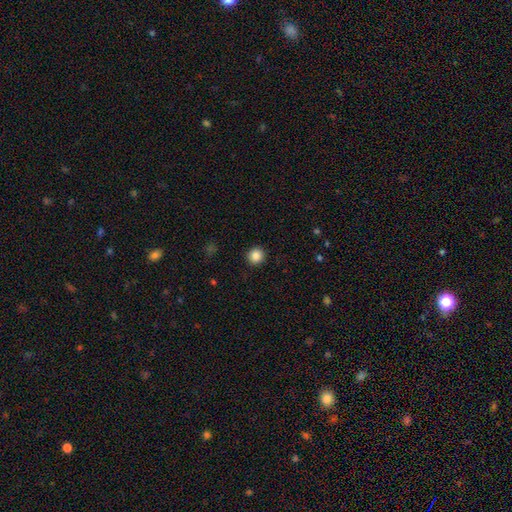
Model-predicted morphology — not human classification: Q: Smooth or featured?
A: smooth (86%); runner-up: star or artifact (10%)
Q: How rounded?
A: round (94%); runner-up: in between (5%)
Q: Merging?
A: none (93%); runner-up: minor disturbance (5%)